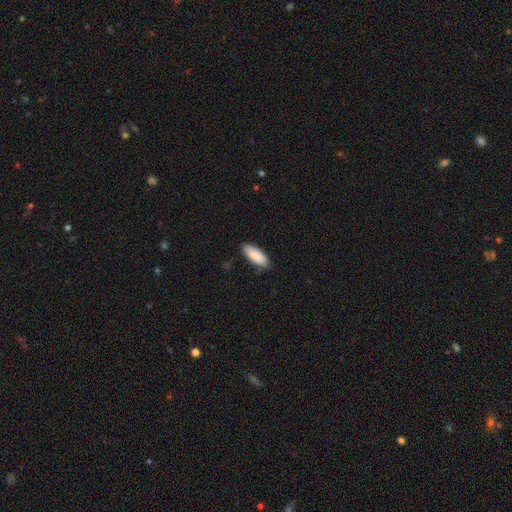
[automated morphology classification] Overall: smooth (89%). How rounded: in between (80%). Merging: none (82%).